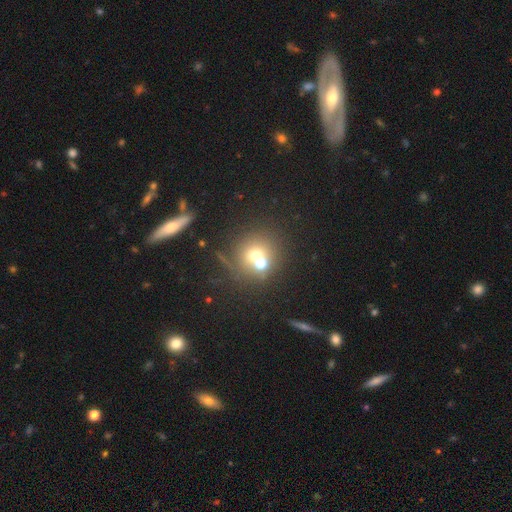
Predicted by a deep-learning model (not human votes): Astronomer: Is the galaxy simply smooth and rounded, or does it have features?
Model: smooth — 62%.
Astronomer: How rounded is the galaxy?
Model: round — 87%.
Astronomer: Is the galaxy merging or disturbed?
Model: merger — 45% (runner-up: none, 44%).